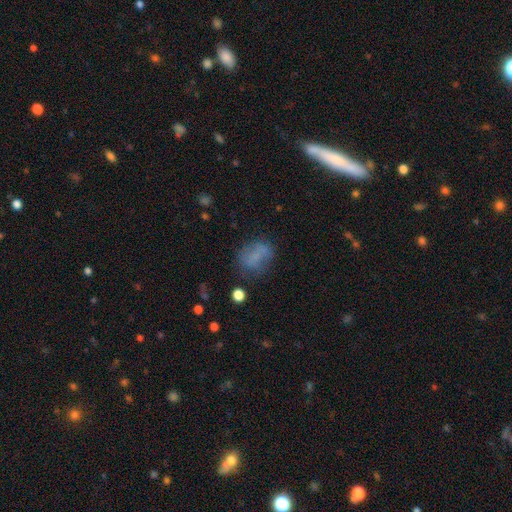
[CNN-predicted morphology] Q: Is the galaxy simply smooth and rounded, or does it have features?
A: smooth — 66%.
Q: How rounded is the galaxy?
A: in between — 68%.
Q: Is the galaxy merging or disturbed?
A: none — 54%.